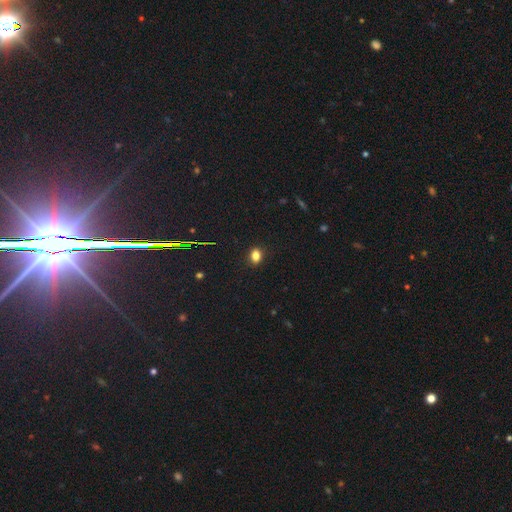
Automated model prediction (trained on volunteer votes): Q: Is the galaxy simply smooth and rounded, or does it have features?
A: smooth — 81%.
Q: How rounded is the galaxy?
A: in between — 67%.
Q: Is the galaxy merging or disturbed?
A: none — 88%.